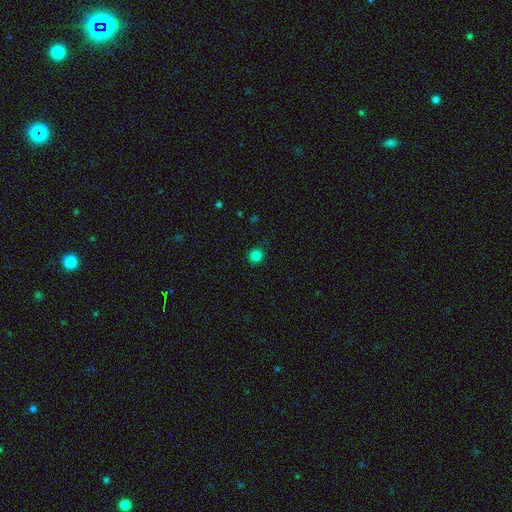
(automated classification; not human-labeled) Smooth or featured? smooth (83%)
How rounded? round (90%)
Merging? none (90%)